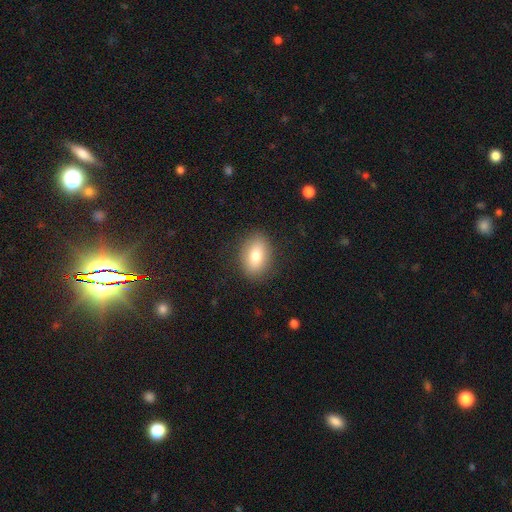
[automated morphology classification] type=smooth (79%); roundness=in between (80%); merging=none (86%).